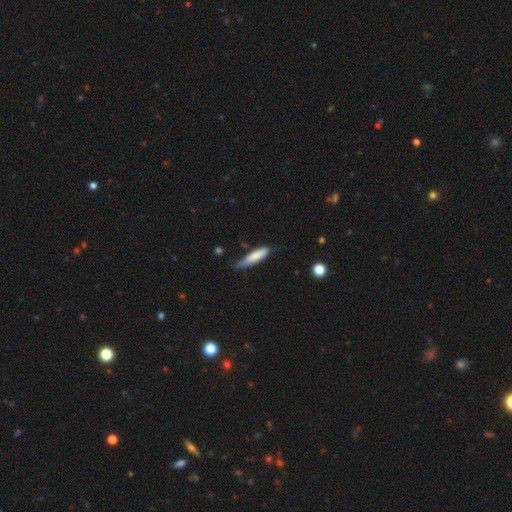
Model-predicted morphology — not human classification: A smooth galaxy with no disk features (79%) that is cigar-shaped (73%). Merging: none (52%).